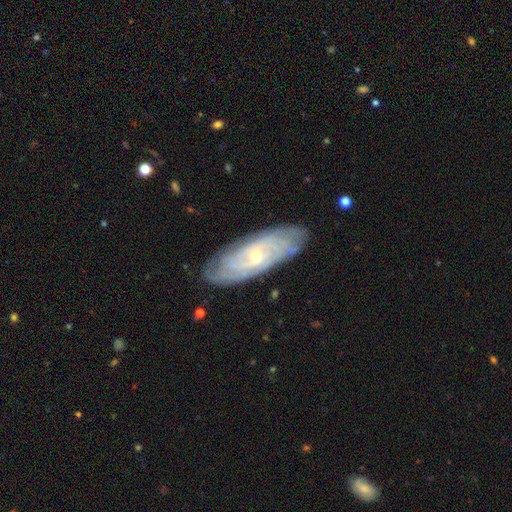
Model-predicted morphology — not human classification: Smooth or featured? featured or disk (77%)
Edge-on disk? no (87%)
Bar? no (57%)
Spiral arms? yes (91%)
Spiral winding? tight (74%)
Spiral arm count? can't tell (55%)
Bulge size? small (71%)
Merging? none (82%)